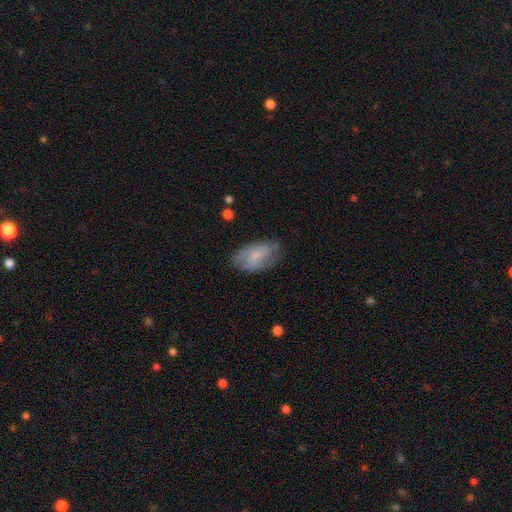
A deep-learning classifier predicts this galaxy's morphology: This is possibly a featured or disk galaxy (50%). It is clearly not viewed edge-on (95%). Merging: likely none (69%).